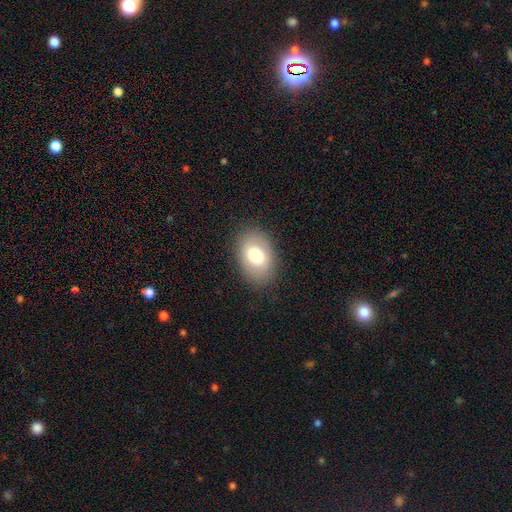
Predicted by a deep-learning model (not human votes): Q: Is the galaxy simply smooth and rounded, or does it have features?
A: smooth — 74%.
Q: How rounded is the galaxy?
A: in between — 84%.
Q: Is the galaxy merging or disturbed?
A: none — 85%.